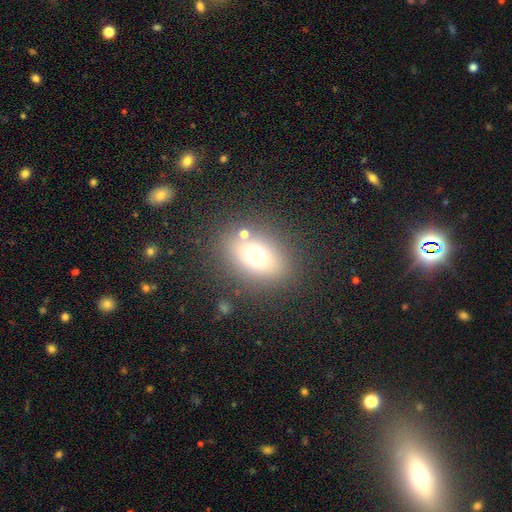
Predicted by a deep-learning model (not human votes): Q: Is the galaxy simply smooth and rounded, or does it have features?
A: smooth — 66%.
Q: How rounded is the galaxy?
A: in between — 60%.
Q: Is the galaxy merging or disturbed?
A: none — 79%.